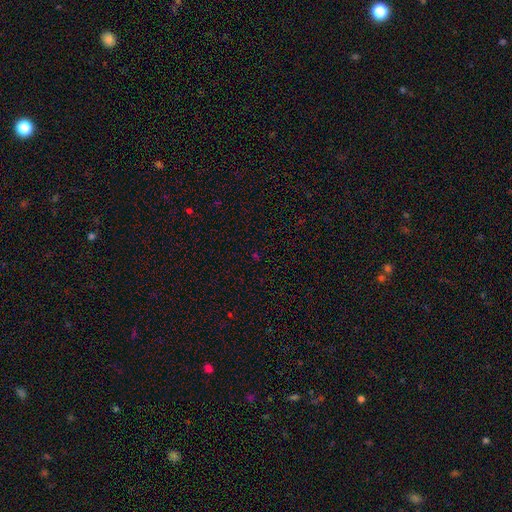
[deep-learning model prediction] Smooth or featured? star or artifact (62%)